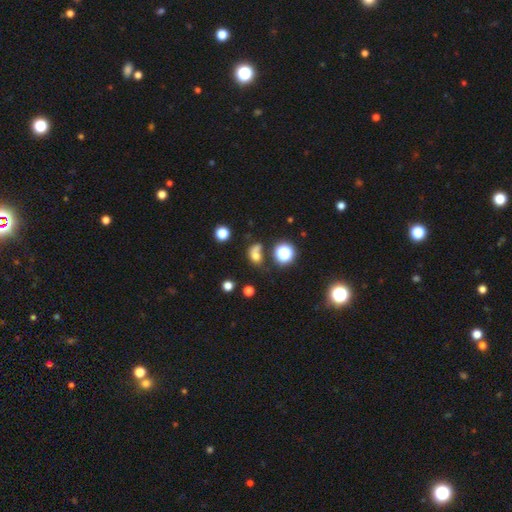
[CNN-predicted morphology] Smooth or featured: smooth — 63% (star or artifact — 22%)
How rounded: in between — 49% (tied with round — 49%)
Merging: none — 37% (merger — 24%)